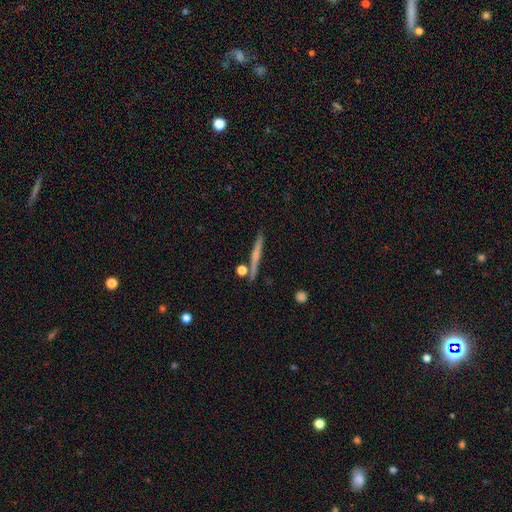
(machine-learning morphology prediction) Overall: featured or disk (49%; smooth 44%). Merging: none (84%).